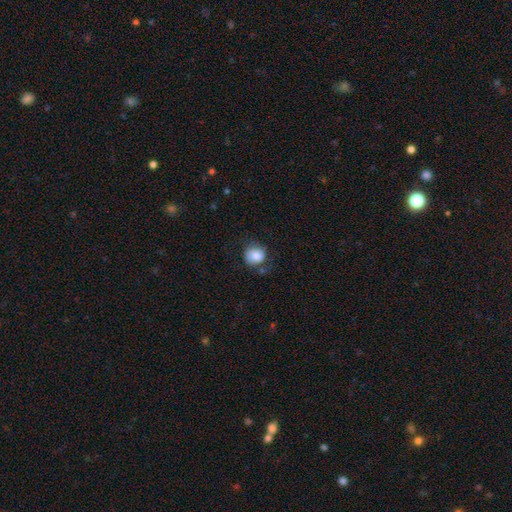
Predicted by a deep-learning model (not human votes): A smooth galaxy with no disk features (83%) that is round (82%).

Vote fractions:
- Smooth or featured? smooth: 83% / featured or disk: 9% / star or artifact: 8%
- How rounded? round: 82% / in between: 17% / cigar-shaped: 1%
- Merging? none: 63% / minor disturbance: 23% / major disturbance: 9% / merger: 4%